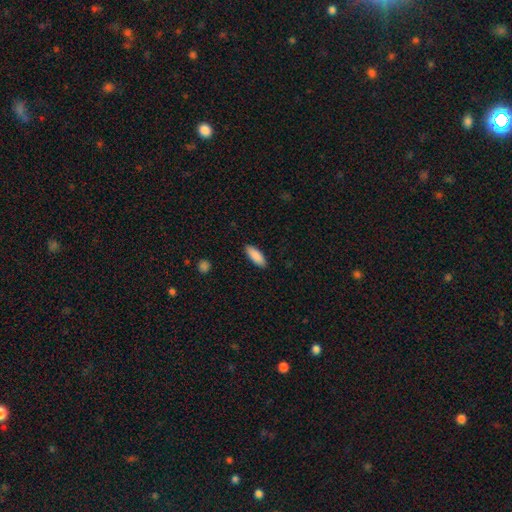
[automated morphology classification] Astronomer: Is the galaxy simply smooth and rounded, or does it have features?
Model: smooth — 90%.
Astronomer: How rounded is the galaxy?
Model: in between — 69%.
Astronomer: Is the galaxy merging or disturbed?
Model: none — 89%.